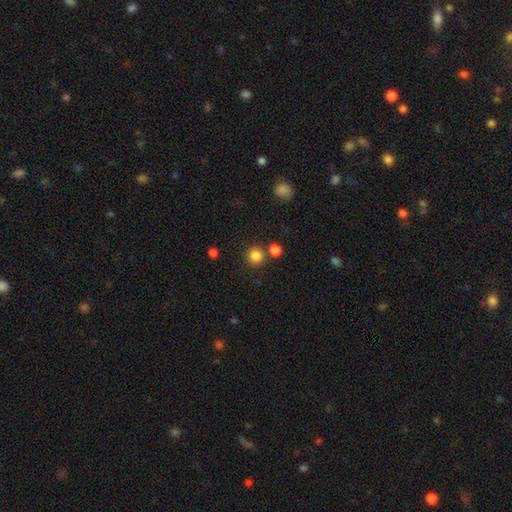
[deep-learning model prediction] Q: Smooth or featured?
A: smooth (83%); runner-up: star or artifact (13%)
Q: How rounded?
A: round (94%); runner-up: in between (5%)
Q: Merging?
A: none (79%); runner-up: merger (12%)